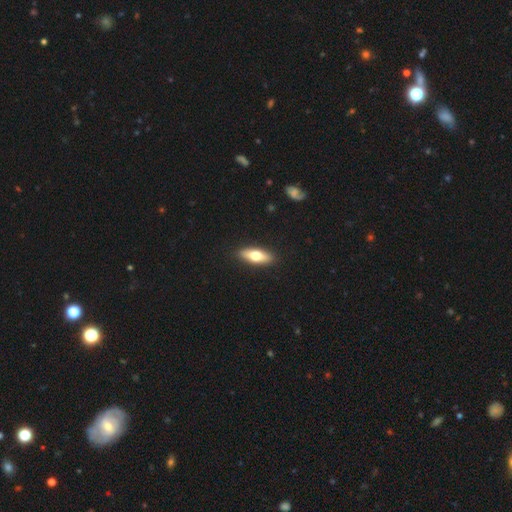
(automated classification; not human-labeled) The model was most divided on "how rounded": in between: 60%, cigar-shaped: 37%, round: 3%. More confident: merging — none (90%); smooth or featured — smooth (62%).